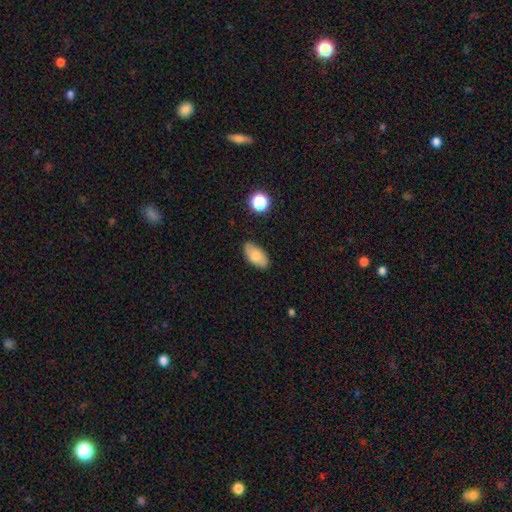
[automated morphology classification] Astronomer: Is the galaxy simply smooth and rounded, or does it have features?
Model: smooth — 76%.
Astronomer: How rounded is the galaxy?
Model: in between — 93%.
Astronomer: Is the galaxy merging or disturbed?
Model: none — 80%.